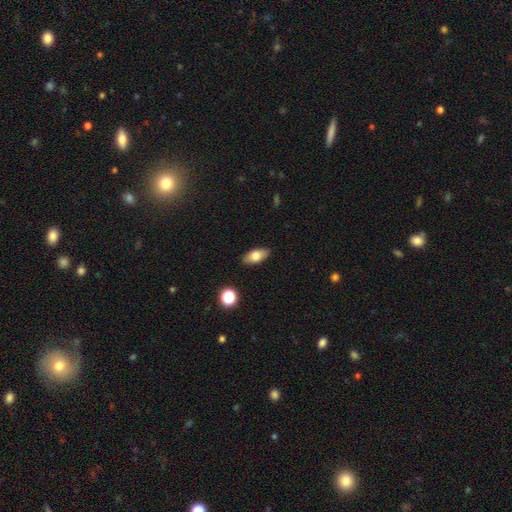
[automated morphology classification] Smooth or featured? smooth (76%)
How rounded? in between (88%)
Merging? none (88%)